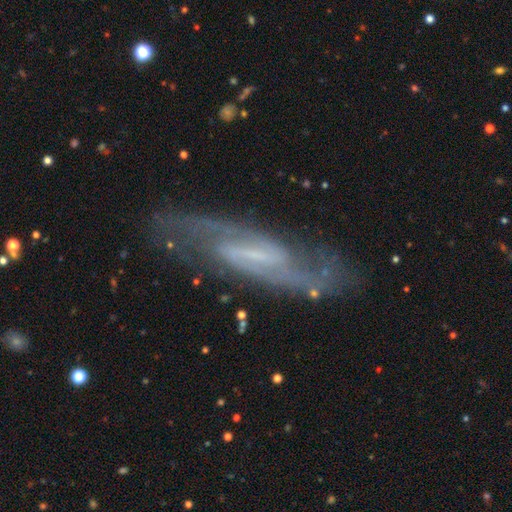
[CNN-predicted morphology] Smooth or featured? featured or disk (85%)
Edge-on disk? no (85%)
Bar? weak (42%, tied with strong)
Spiral arms? yes (94%)
Spiral winding? medium (49%)
Spiral arm count? 2 (83%)
Bulge size? small (45%)
Merging? none (77%)